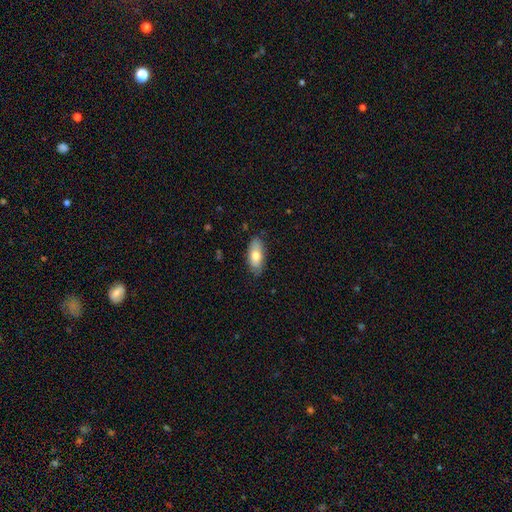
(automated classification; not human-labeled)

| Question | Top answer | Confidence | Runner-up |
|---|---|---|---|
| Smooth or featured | smooth | 73% | featured or disk (21%) |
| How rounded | in between | 88% | cigar-shaped (9%) |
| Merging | none | 81% | minor disturbance (15%) |